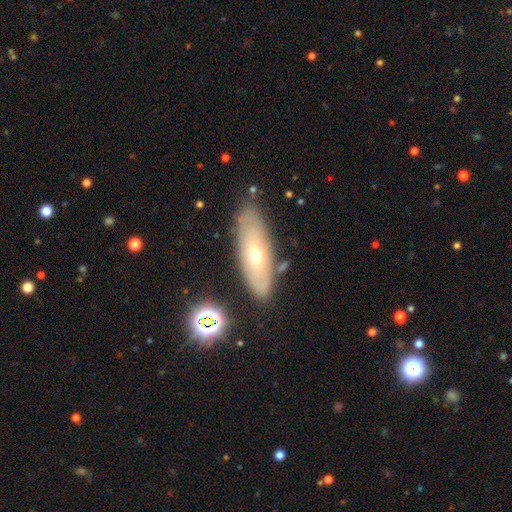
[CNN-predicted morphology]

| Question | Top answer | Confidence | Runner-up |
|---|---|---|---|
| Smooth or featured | featured or disk | 48% | smooth (43%) |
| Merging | none | 81% | minor disturbance (13%) |